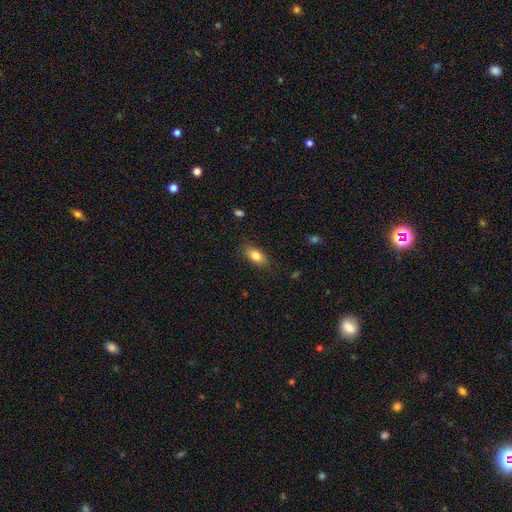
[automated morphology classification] Smooth or featured?
  - smooth: 82% *
  - featured or disk: 10%
  - star or artifact: 8%
How rounded?
  - in between: 88% *
  - round: 7%
  - cigar-shaped: 5%
Merging?
  - none: 82% *
  - minor disturbance: 13%
  - major disturbance: 3%
  - merger: 1%